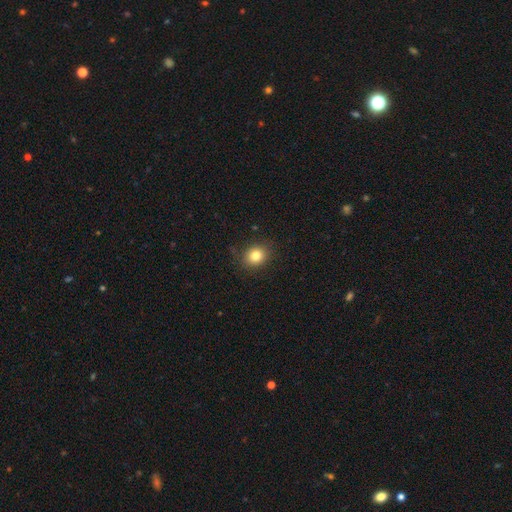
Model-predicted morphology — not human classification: Smooth or featured?
  - smooth: 82% *
  - star or artifact: 11%
  - featured or disk: 7%
How rounded?
  - round: 70% *
  - in between: 29%
  - cigar-shaped: 1%
Merging?
  - none: 86% *
  - minor disturbance: 10%
  - major disturbance: 3%
  - merger: 1%